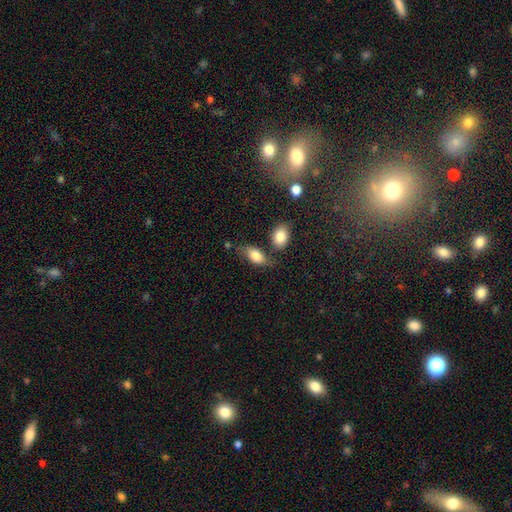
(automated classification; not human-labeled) Q: Smooth or featured?
A: smooth (78%); runner-up: featured or disk (15%)
Q: How rounded?
A: in between (89%); runner-up: round (6%)
Q: Merging?
A: none (58%); runner-up: minor disturbance (21%)